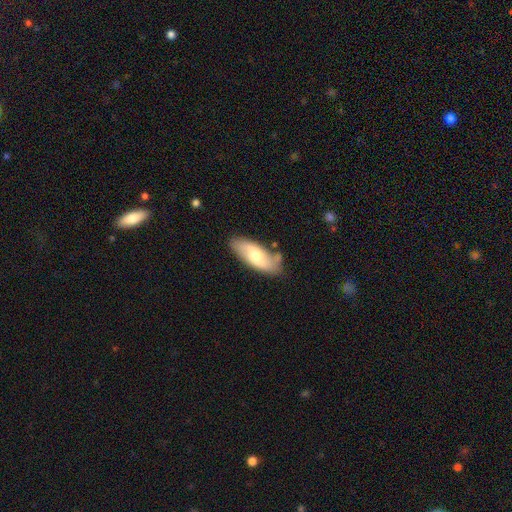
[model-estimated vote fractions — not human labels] Smooth or featured?
  - smooth: 49% *
  - featured or disk: 45%
  - star or artifact: 6%
Merging?
  - none: 69% *
  - minor disturbance: 21%
  - merger: 6%
  - major disturbance: 5%